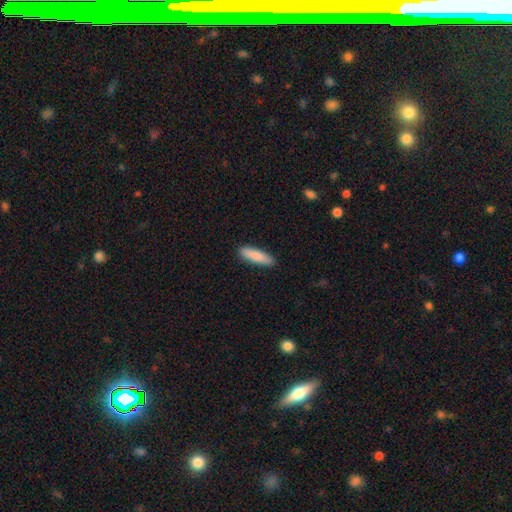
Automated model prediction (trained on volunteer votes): Q: Smooth or featured?
A: smooth (86%); runner-up: featured or disk (9%)
Q: How rounded?
A: cigar-shaped (71%); runner-up: in between (28%)
Q: Merging?
A: none (89%); runner-up: minor disturbance (8%)